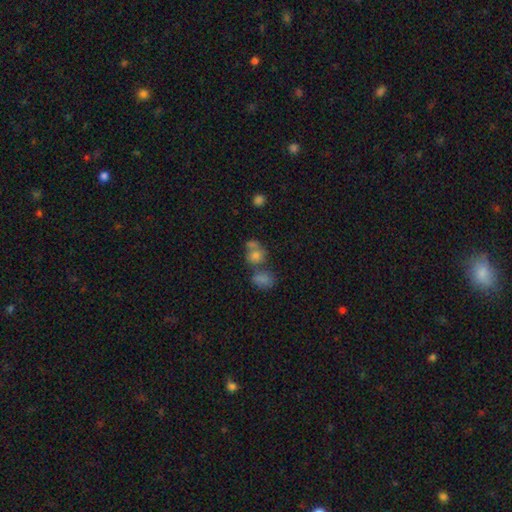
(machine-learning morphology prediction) A smooth galaxy with no disk features (73%) that is round (64%).

Vote fractions:
- Smooth or featured? smooth: 73% / featured or disk: 15% / star or artifact: 12%
- How rounded? round: 64% / in between: 35% / cigar-shaped: 1%
- Merging? merger: 47% / none: 36% / minor disturbance: 11% / major disturbance: 7%